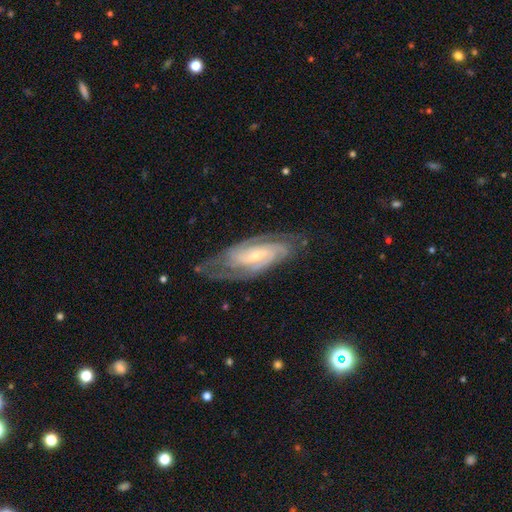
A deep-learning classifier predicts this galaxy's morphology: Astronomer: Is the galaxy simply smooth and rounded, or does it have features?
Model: featured or disk — 88%.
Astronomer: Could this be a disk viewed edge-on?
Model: no — 93%.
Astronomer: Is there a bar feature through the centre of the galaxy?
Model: weak — 42% (runner-up: no, 40%).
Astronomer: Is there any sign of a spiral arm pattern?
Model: yes — 98%.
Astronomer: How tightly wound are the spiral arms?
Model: tight — 62%.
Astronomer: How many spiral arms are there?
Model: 2 — 38% (runner-up: 3, 23%).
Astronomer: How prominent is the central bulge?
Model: small — 65%.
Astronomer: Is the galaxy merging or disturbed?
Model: none — 70%.